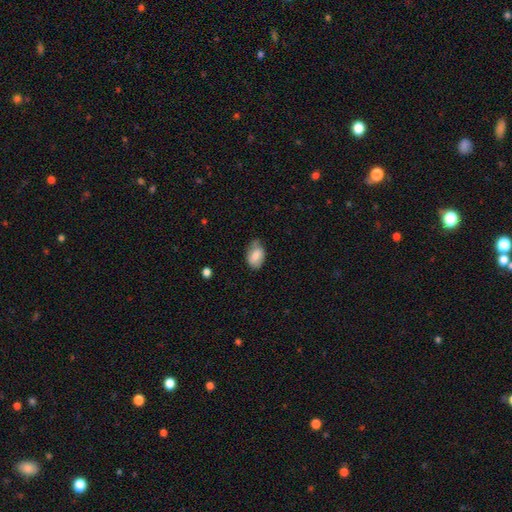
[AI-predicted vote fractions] This appears to be a smooth galaxy with no disk features (76%) that is in between round and cigar-shaped (86%). Merging: none (53%).